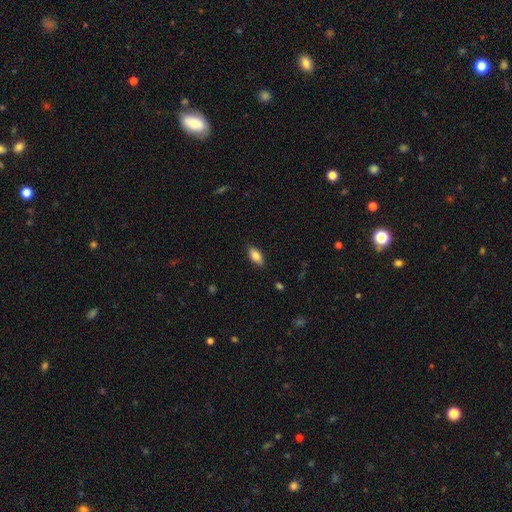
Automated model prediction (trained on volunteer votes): Overall: smooth (83%). How rounded: in between (89%). Merging: none (87%).